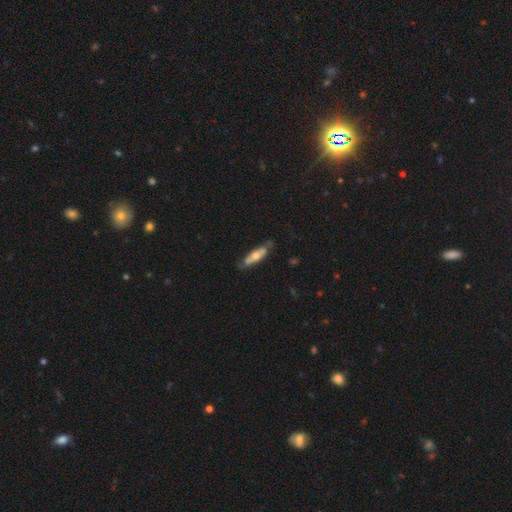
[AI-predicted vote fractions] This is possibly a featured or disk galaxy (51%). It is possibly viewed edge-on (52%). Merging: likely none (70%).